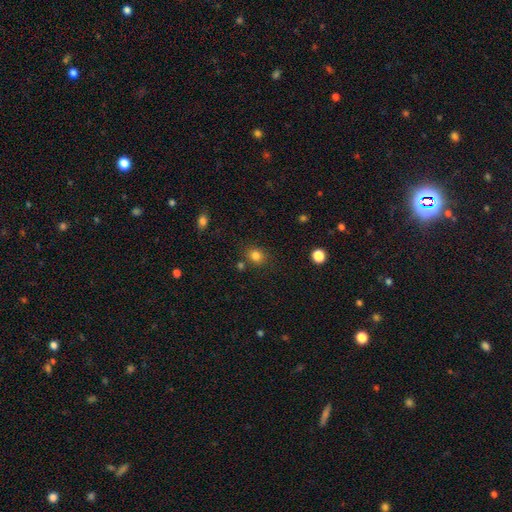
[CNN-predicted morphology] The model was most divided on "how rounded": round: 67%, in between: 32%, cigar-shaped: 1%. More confident: smooth or featured — smooth (81%); merging — none (80%).